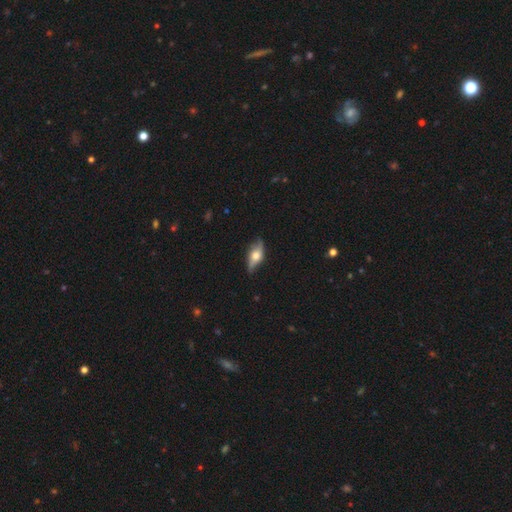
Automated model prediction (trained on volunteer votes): A featured or disk galaxy (50%).

Vote fractions:
- Smooth or featured? featured or disk: 50% / smooth: 44% / star or artifact: 6%
- Merging? none: 77% / minor disturbance: 18% / major disturbance: 3% / merger: 1%